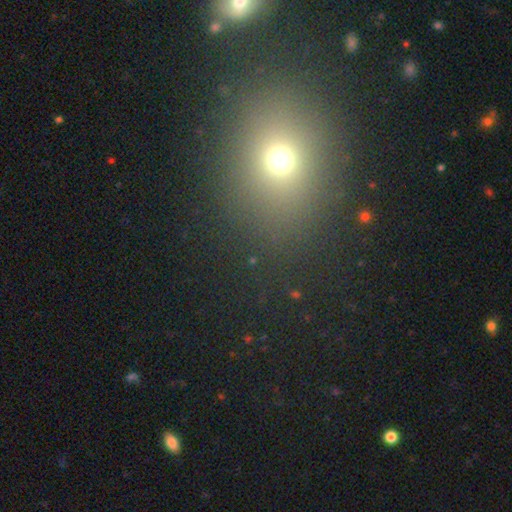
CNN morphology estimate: Overall: smooth (58%; star or artifact 32%). How rounded: round (63%; in between 35%). Merging: none (85%).